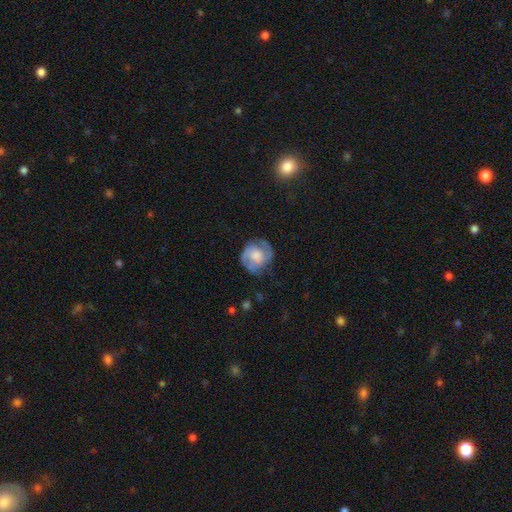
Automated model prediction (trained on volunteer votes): Q: Smooth or featured?
A: featured or disk (66%); runner-up: smooth (27%)
Q: Edge-on disk?
A: no (97%); runner-up: yes (3%)
Q: Bar?
A: no (64%); runner-up: weak (29%)
Q: Spiral arms?
A: yes (87%); runner-up: no (13%)
Q: Spiral winding?
A: medium (44%); runner-up: tight (40%)
Q: Spiral arm count?
A: 2 (70%); runner-up: can't tell (14%)
Q: Bulge size?
A: moderate (34%); runner-up: large (32%)
Q: Merging?
A: none (70%); runner-up: minor disturbance (19%)